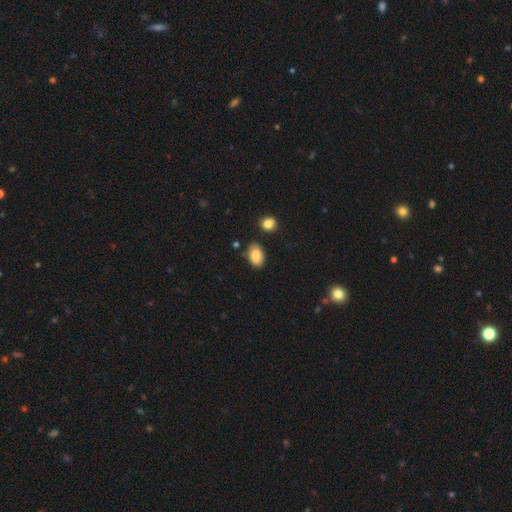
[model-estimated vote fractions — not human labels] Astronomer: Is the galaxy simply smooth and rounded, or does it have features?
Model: smooth — 86%.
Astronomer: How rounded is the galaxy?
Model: in between — 90%.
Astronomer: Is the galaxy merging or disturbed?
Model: none — 82%.